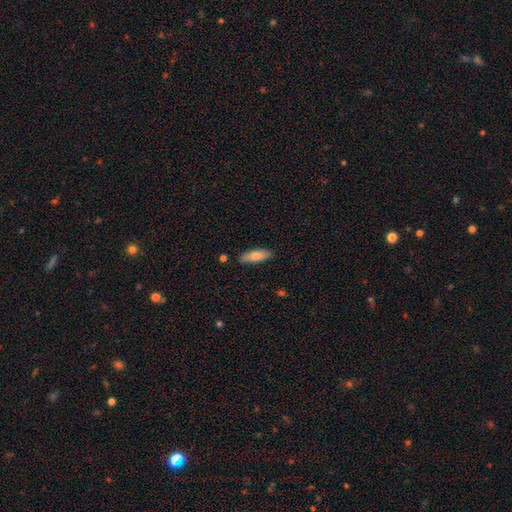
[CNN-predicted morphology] This is likely a smooth galaxy (77%). How rounded: possibly in between (58%). Merging: clearly none (84%).